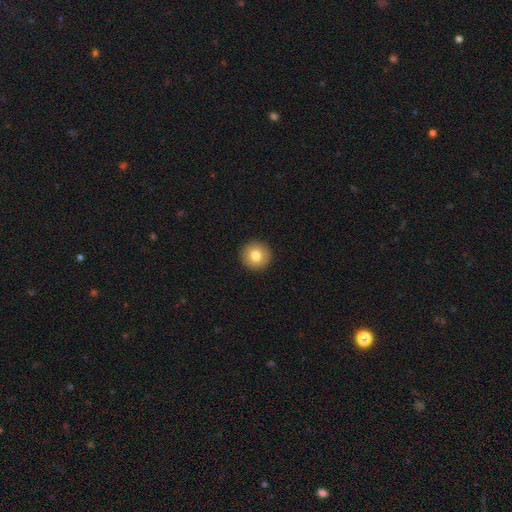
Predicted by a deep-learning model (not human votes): This appears to be a smooth galaxy with no disk features (80%) that is round (95%). Merging: none (93%).